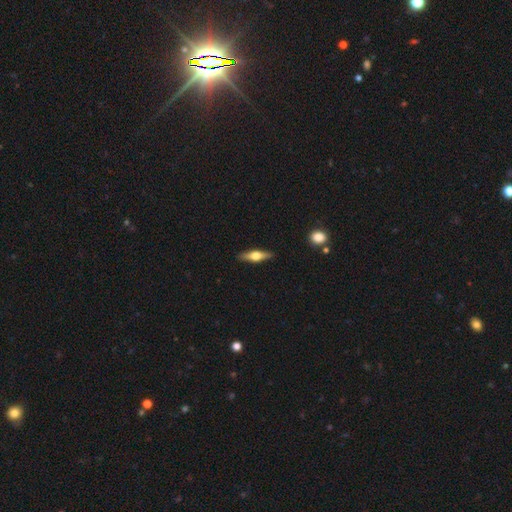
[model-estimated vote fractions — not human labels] Smooth or featured? featured or disk (57%)
Edge-on disk? yes (95%)
Edge-on bulge? rounded (92%)
Merging? none (89%)